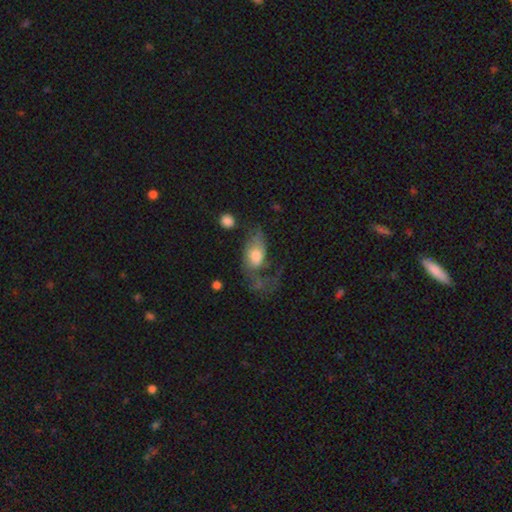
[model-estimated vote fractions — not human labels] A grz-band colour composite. It shows a smooth galaxy with no disk features (49%). Merging: major disturbance (56%).